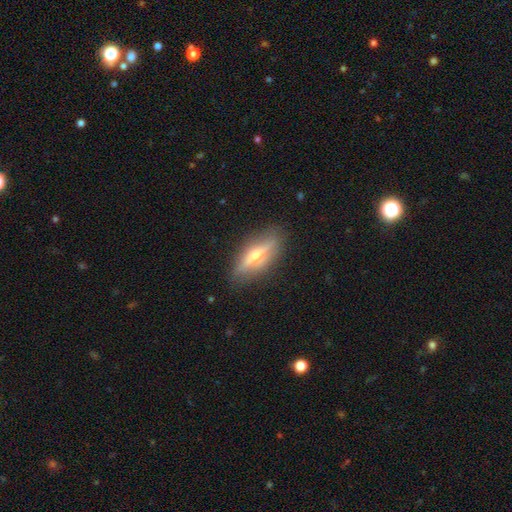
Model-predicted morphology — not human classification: Smooth or featured: featured or disk — 66% (smooth — 27%)
Edge-on disk: yes — 90% (no — 10%)
Edge-on bulge: rounded — 82% (none — 10%)
Merging: none — 85% (minor disturbance — 11%)